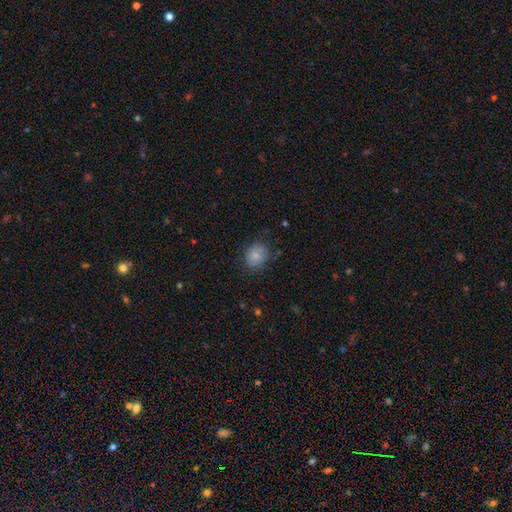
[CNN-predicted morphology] Q: Smooth or featured?
A: smooth (82%); runner-up: star or artifact (9%)
Q: How rounded?
A: round (63%); runner-up: in between (36%)
Q: Merging?
A: none (79%); runner-up: minor disturbance (16%)